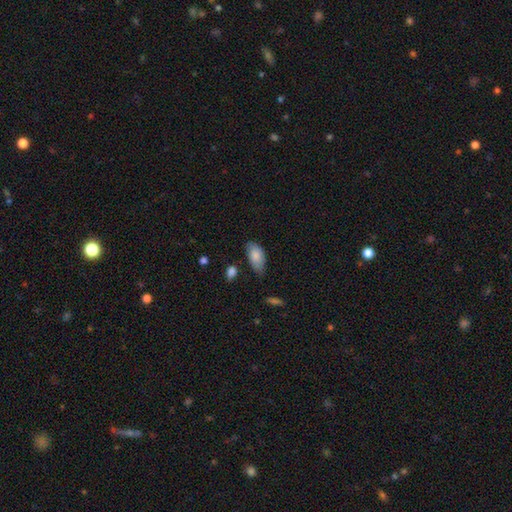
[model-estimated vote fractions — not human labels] Overall: smooth (82%). How rounded: in between (93%). Merging: none (60%; minor disturbance 32%).